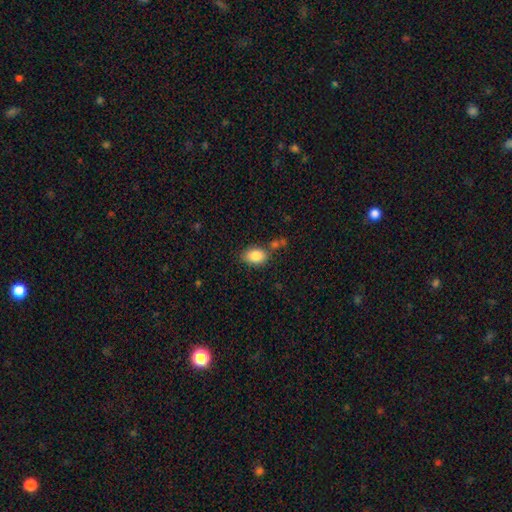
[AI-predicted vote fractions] Smooth or featured?
  - smooth: 86% *
  - star or artifact: 8%
  - featured or disk: 6%
How rounded?
  - in between: 82% *
  - round: 17%
  - cigar-shaped: 1%
Merging?
  - none: 68% *
  - minor disturbance: 18%
  - merger: 10%
  - major disturbance: 5%